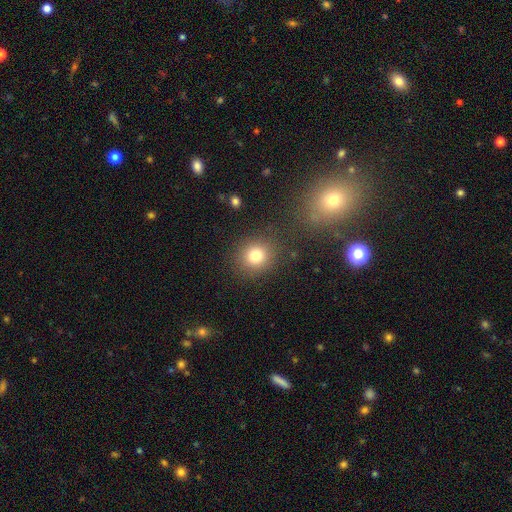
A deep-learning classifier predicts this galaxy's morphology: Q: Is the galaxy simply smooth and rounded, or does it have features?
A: smooth — 79%.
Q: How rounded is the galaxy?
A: round — 86%.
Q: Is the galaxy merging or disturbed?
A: none — 85%.